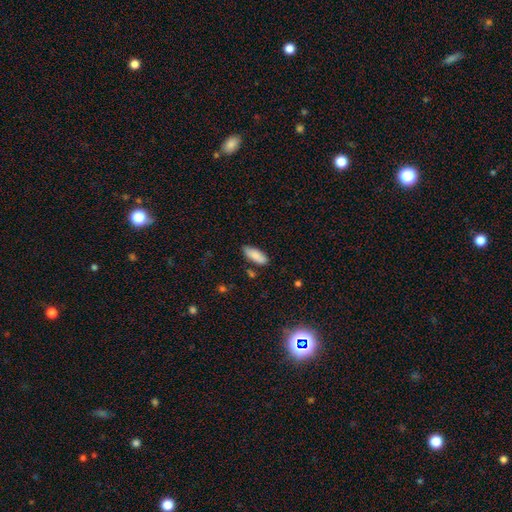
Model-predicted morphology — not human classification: type=smooth (87%); roundness=in between (73%); merging=none (79%).